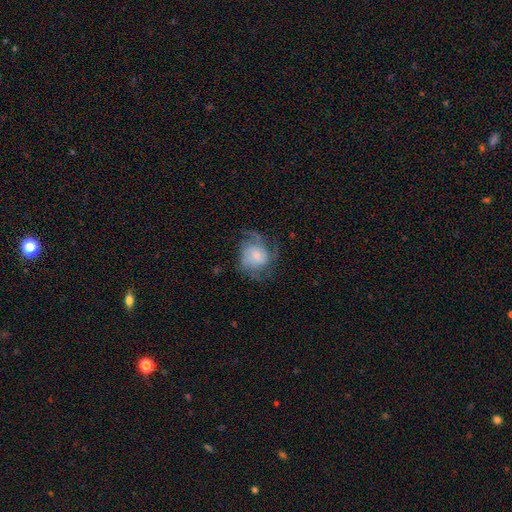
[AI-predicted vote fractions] featured or disk 62%, smooth 30%, star or artifact 8%. Down the decision tree: edge-on disk — no (98%); bar — no (66%); spiral arms — yes (86%); spiral arm count — 2 (33%); spiral winding — medium (45%); bulge size — small (42%); merging — none (52%).